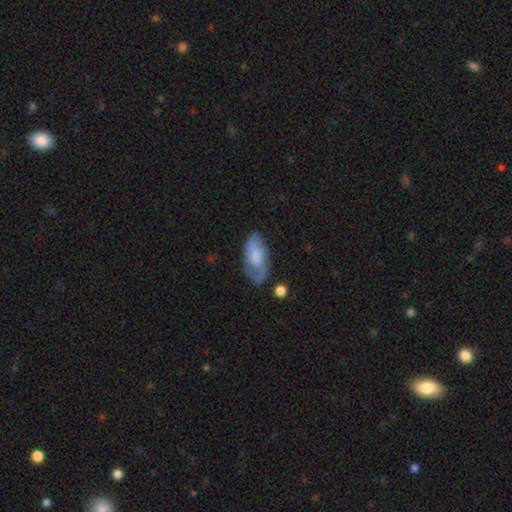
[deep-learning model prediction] Overall: featured or disk (50%; smooth 42%). Edge-on disk: no (91%). Merging: none (56%; minor disturbance 27%).